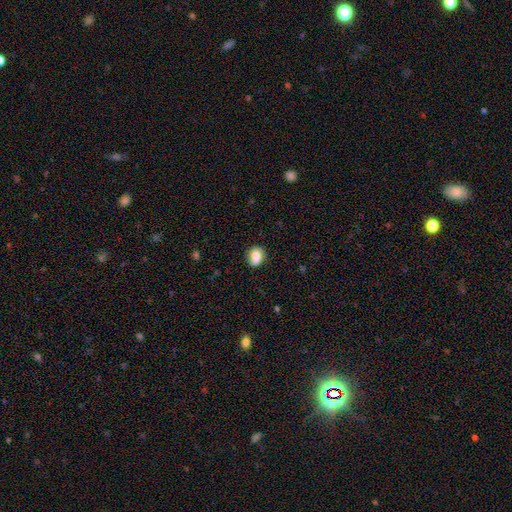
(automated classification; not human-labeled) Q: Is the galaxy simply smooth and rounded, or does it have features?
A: smooth — 65%.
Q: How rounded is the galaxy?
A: round — 54%.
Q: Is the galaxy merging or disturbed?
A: none — 76%.